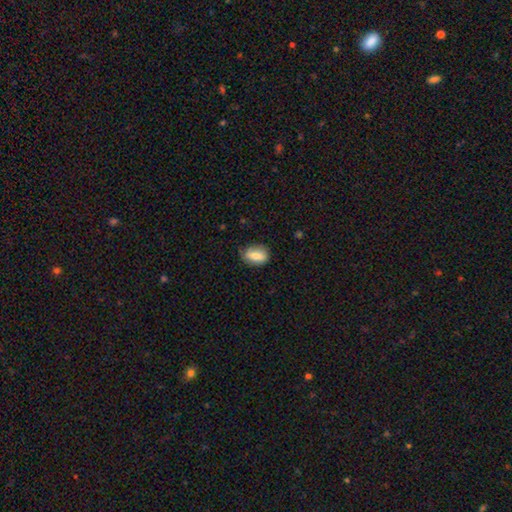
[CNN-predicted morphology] Smooth or featured: smooth — 73% (featured or disk — 20%)
How rounded: in between — 82% (round — 15%)
Merging: none — 72% (minor disturbance — 22%)